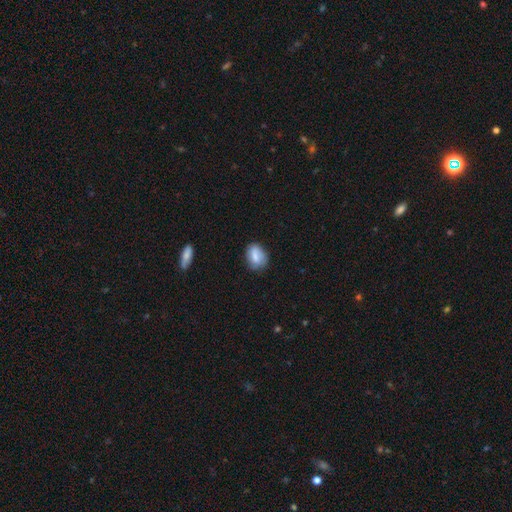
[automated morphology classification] Smooth or featured?
  - smooth: 78% *
  - featured or disk: 15%
  - star or artifact: 8%
How rounded?
  - in between: 72% *
  - round: 26%
  - cigar-shaped: 2%
Merging?
  - none: 67% *
  - minor disturbance: 25%
  - major disturbance: 5%
  - merger: 2%